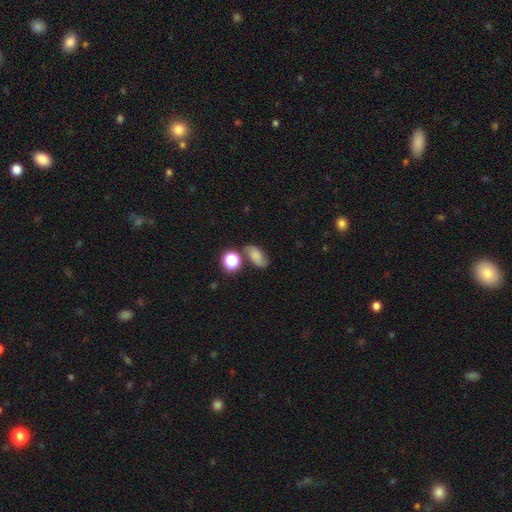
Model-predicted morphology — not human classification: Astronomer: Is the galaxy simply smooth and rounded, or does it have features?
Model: smooth — 61%.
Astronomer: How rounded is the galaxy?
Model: in between — 80%.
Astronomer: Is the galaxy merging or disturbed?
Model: none — 62%.